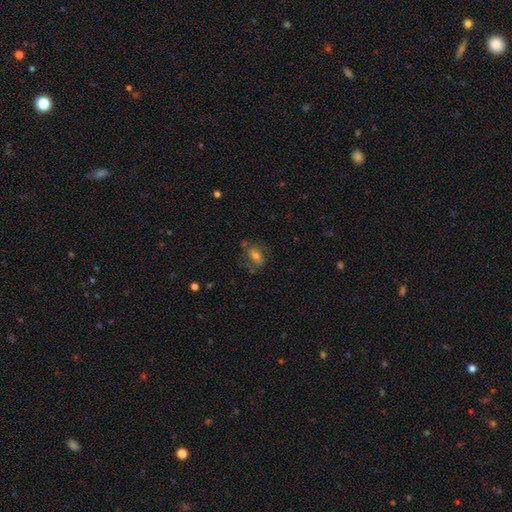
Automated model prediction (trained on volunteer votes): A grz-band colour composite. It shows a smooth galaxy with no disk features (46%). Merging: none (60%).